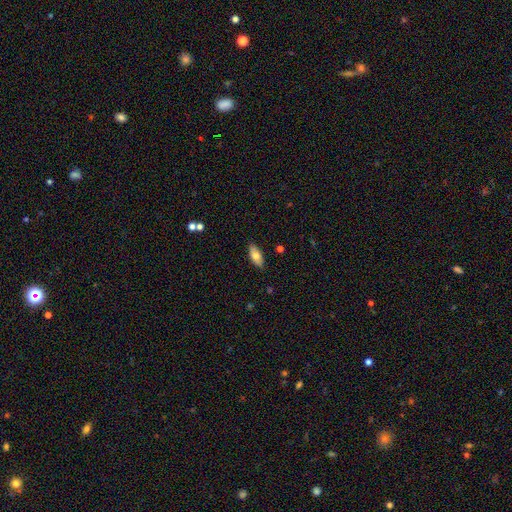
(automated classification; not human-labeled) Smooth or featured: smooth — 71% (featured or disk — 22%)
How rounded: in between — 86% (cigar-shaped — 11%)
Merging: none — 87% (minor disturbance — 10%)